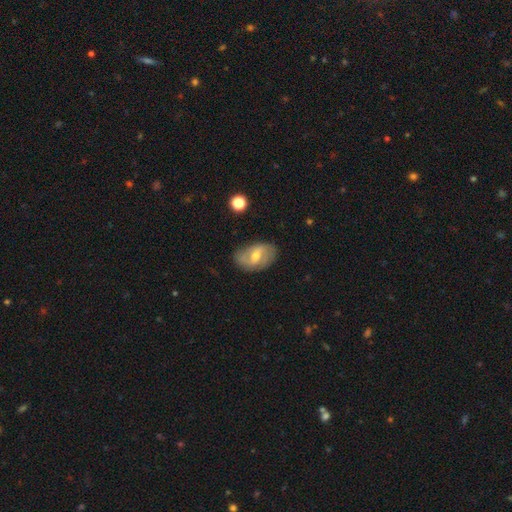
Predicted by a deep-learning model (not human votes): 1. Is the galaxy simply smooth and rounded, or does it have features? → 67% featured or disk, 26% smooth, 7% star or artifact.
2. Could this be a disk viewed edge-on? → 95% no, 5% yes.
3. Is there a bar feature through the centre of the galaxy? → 54% weak, 23% no, 23% strong.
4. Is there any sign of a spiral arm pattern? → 84% yes, 16% no.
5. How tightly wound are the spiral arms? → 43% medium, 33% loose, 24% tight.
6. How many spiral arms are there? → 76% 2, 14% can't tell, 4% 3, 4% 1, 1% 4, 1% more than 4.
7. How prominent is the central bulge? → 58% moderate, 36% small, 3% large, 2% none, 1% dominant.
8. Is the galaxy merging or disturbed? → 74% none, 19% minor disturbance, 6% major disturbance, 2% merger.